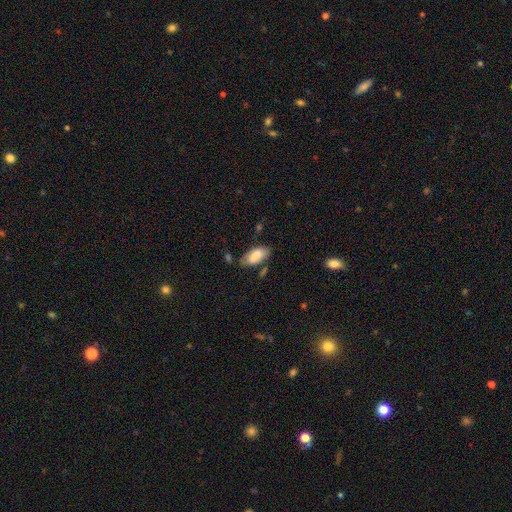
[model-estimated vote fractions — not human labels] A smooth galaxy with no disk features (80%) that is in between round and cigar-shaped (90%). Merging: none (68%).